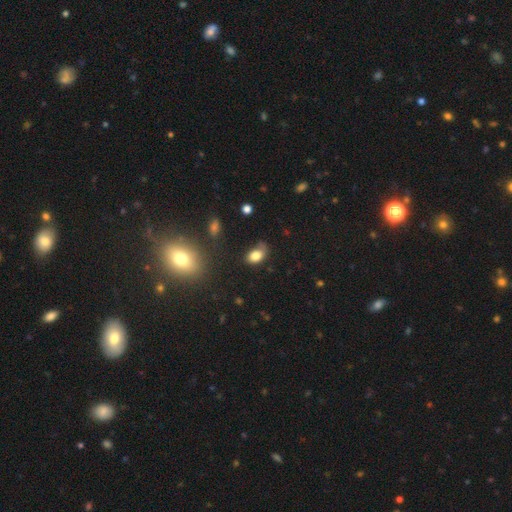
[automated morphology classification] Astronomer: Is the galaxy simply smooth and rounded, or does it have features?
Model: smooth — 78%.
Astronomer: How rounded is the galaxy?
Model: in between — 82%.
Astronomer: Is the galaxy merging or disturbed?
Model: none — 45% (runner-up: minor disturbance, 32%).